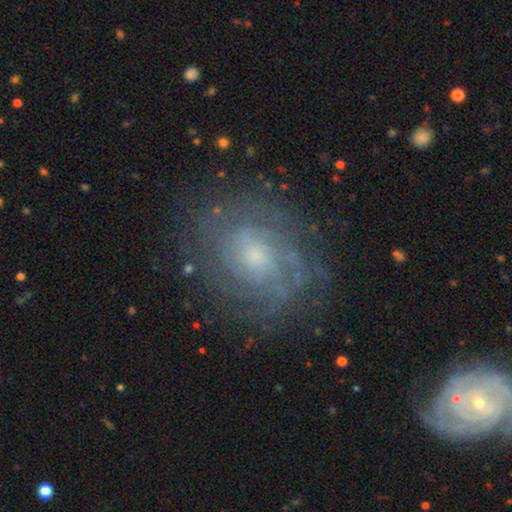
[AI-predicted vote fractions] featured or disk 73%, smooth 17%, star or artifact 10%. Down the decision tree: edge-on disk — no (96%); bar — no (75%); spiral arms — yes (83%); spiral arm count — can't tell (54%); spiral winding — tight (64%); bulge size — small (49%); merging — none (76%).